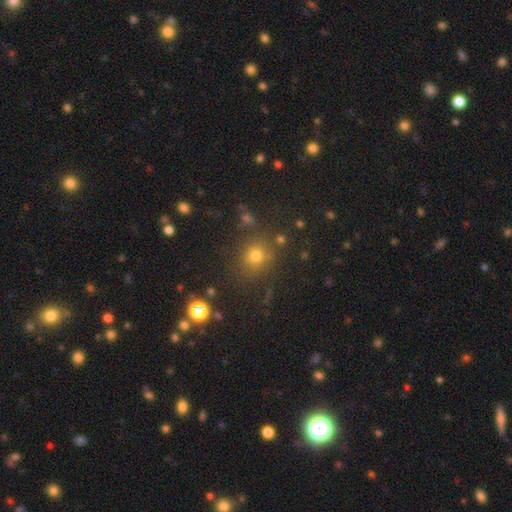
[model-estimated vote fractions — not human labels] The model was most divided on "smooth or featured": smooth: 71%, star or artifact: 22%, featured or disk: 8%. More confident: how rounded — round (84%); merging — none (81%).